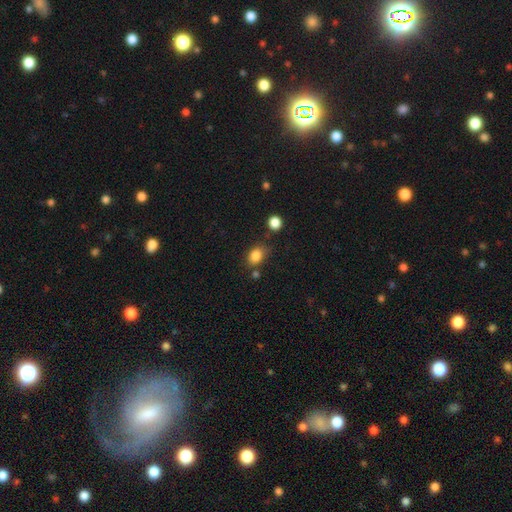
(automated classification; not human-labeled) Morphology: type=smooth (85%); roundness=in between (64%); merging=none (69%).